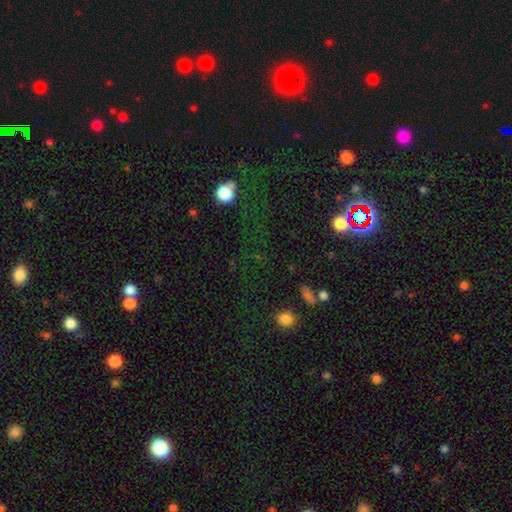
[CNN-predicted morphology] smooth-or-featured: star or artifact: 63% | smooth: 26% | featured or disk: 11%